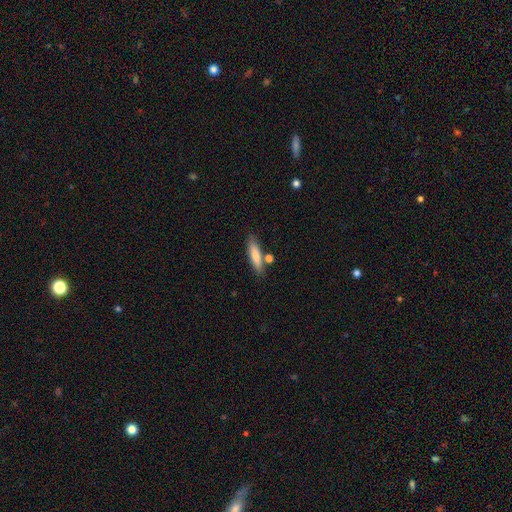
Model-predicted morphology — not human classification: This appears to be a smooth galaxy with no disk features (80%) that is cigar-shaped (71%). Merging: none (73%).